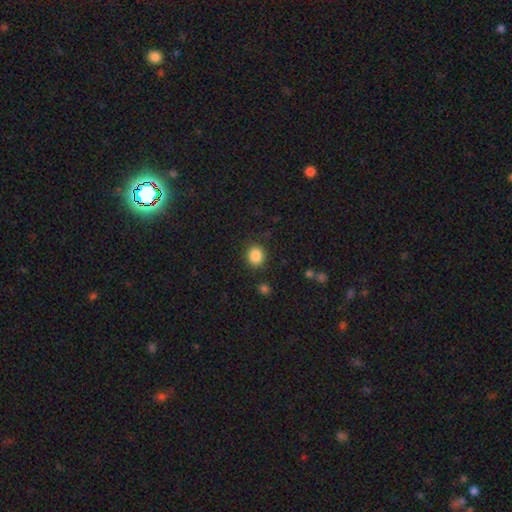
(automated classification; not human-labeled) Q: Smooth or featured?
A: smooth (86%); runner-up: star or artifact (10%)
Q: How rounded?
A: round (74%); runner-up: in between (25%)
Q: Merging?
A: none (87%); runner-up: minor disturbance (8%)